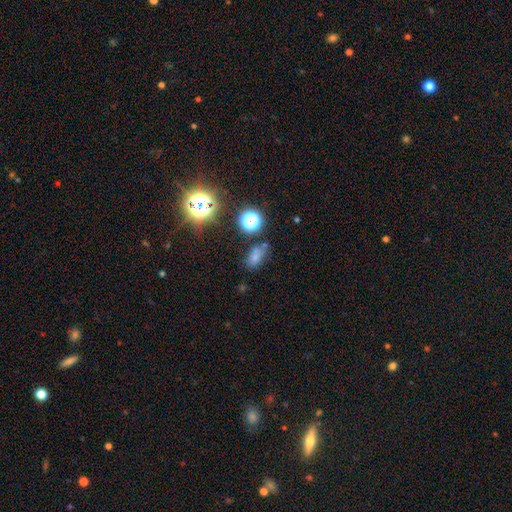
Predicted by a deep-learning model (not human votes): This is likely a smooth galaxy (63%). How rounded: likely in between (79%). Merging: likely none (63%).